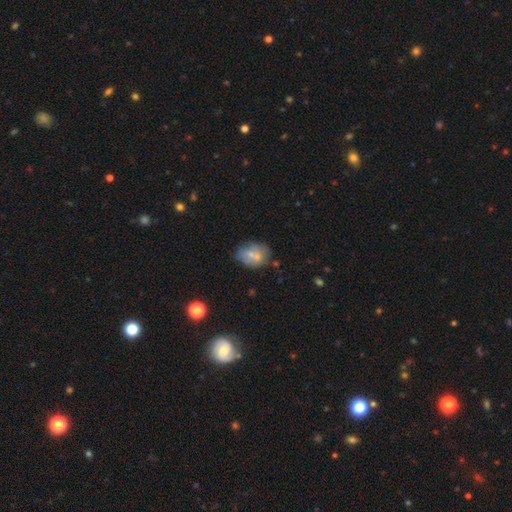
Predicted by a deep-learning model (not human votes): A smooth galaxy with no disk features (63%) that is in between round and cigar-shaped (65%).

Vote fractions:
- Smooth or featured? smooth: 63% / featured or disk: 28% / star or artifact: 9%
- How rounded? in between: 65% / round: 34% / cigar-shaped: 2%
- Merging? none: 48% / merger: 25% / minor disturbance: 21% / major disturbance: 7%